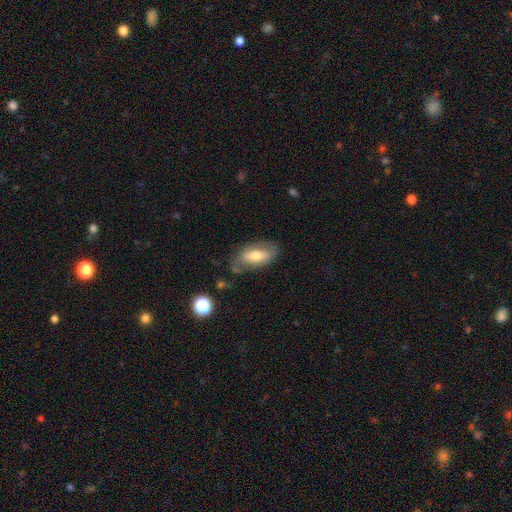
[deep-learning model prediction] Morphology: type=smooth (55%); roundness=in between (86%); merging=none (66%).